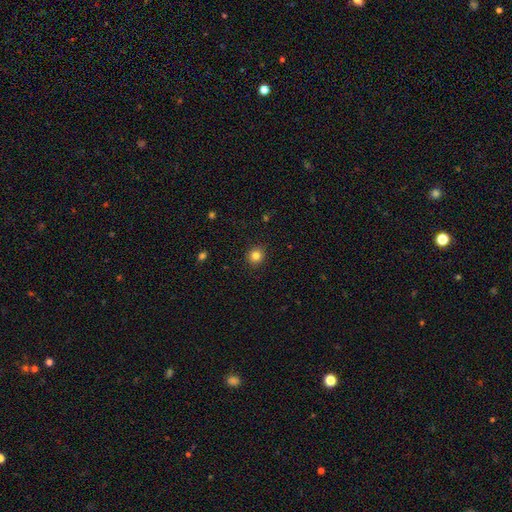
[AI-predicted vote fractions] Smooth or featured: smooth — 83% (star or artifact — 12%)
How rounded: round — 90% (in between — 9%)
Merging: none — 91% (minor disturbance — 6%)